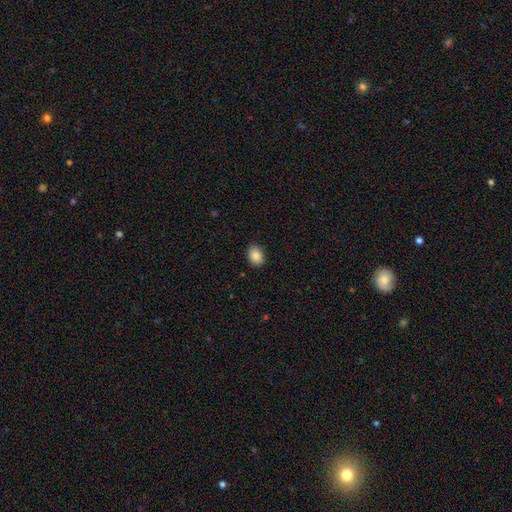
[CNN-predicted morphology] A smooth galaxy with no disk features (88%) that is in between round and cigar-shaped (75%).

Vote fractions:
- Smooth or featured? smooth: 88% / star or artifact: 8% / featured or disk: 4%
- How rounded? in between: 75% / round: 24% / cigar-shaped: 1%
- Merging? none: 88% / minor disturbance: 9% / major disturbance: 2% / merger: 1%